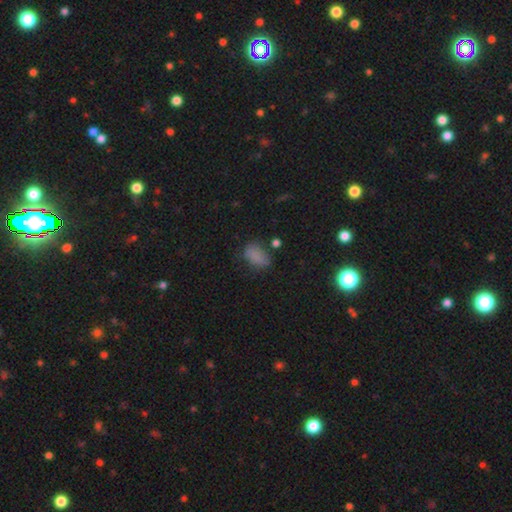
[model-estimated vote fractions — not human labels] Overall: smooth (78%). How rounded: in between (85%). Merging: none (56%; minor disturbance 28%).